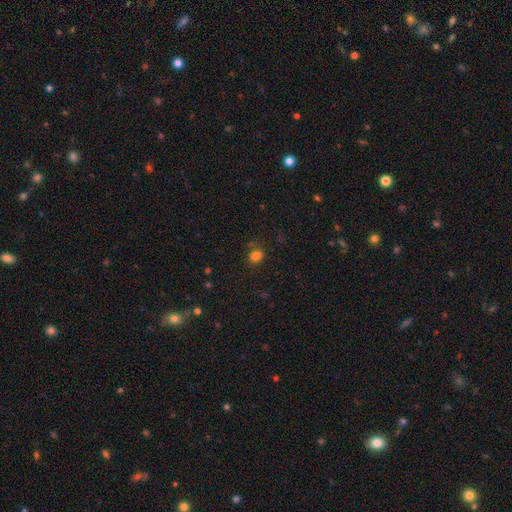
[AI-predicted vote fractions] smooth_or_featured: smooth (p=0.77) [alt: star or artifact p=0.18]
how_rounded: in between (p=0.52) [alt: round p=0.47]
merging: none (p=0.71) [alt: minor disturbance p=0.17]